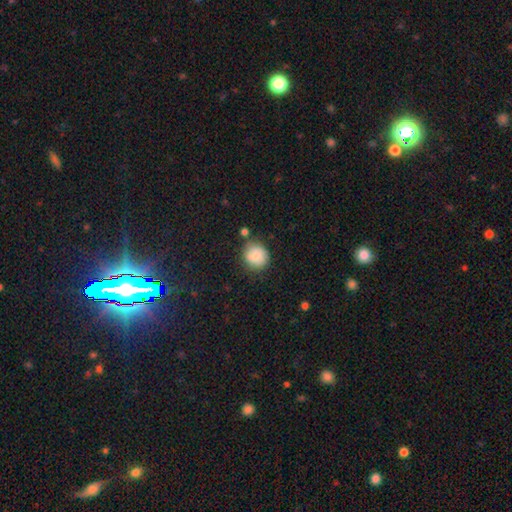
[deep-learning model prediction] Smooth or featured: smooth — 85% (star or artifact — 9%)
How rounded: round — 85% (in between — 14%)
Merging: none — 75% (minor disturbance — 15%)